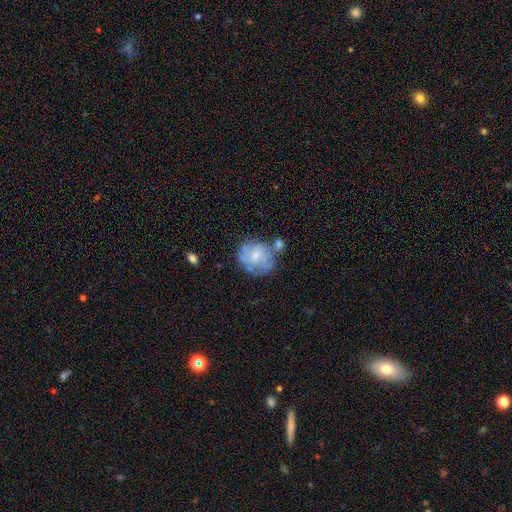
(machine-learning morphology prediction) Smooth or featured? Predicted: featured or disk (p=0.50). Edge-on disk? Predicted: no (p=0.97). Merging? Predicted: none (p=0.48).